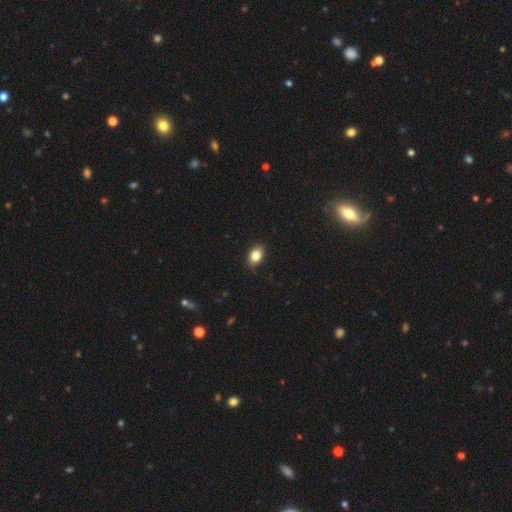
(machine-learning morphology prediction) Smooth or featured? Predicted: smooth (p=0.83). How rounded? Predicted: in between (p=0.81). Merging? Predicted: none (p=0.87).